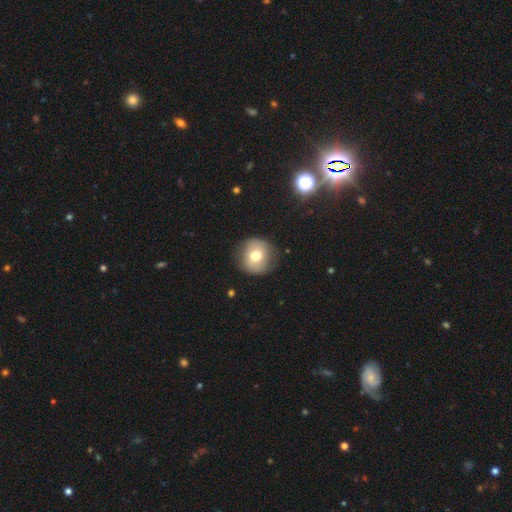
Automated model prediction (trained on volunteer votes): Smooth or featured: smooth — 67% (featured or disk — 25%)
How rounded: round — 91% (in between — 8%)
Merging: none — 84% (minor disturbance — 12%)